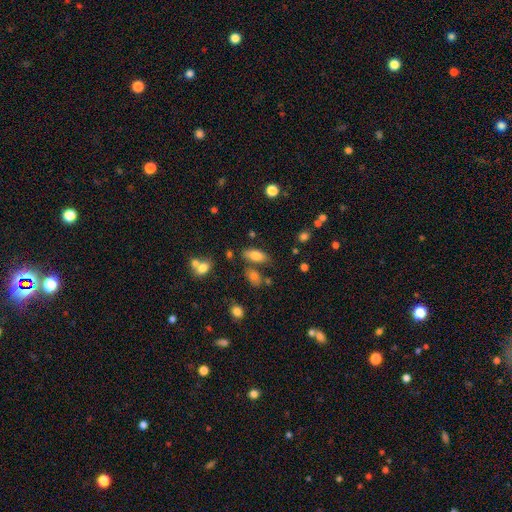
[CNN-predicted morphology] Smooth or featured?
  - smooth: 78% *
  - featured or disk: 13%
  - star or artifact: 9%
How rounded?
  - in between: 82% *
  - cigar-shaped: 15%
  - round: 3%
Merging?
  - none: 71% *
  - minor disturbance: 13%
  - merger: 11%
  - major disturbance: 4%